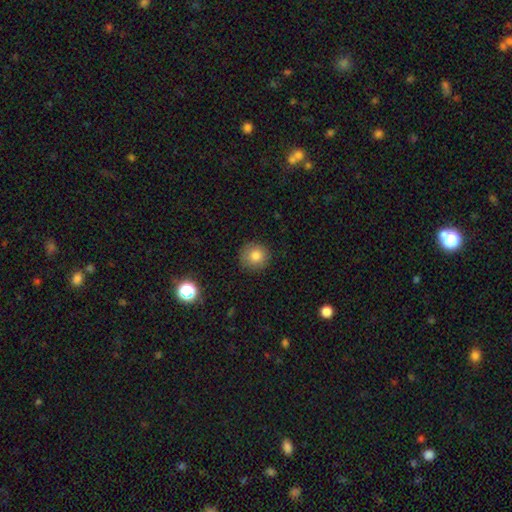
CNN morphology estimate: smooth 81%, star or artifact 11%, featured or disk 8%. Down the decision tree: how rounded — round (92%); merging — none (88%).